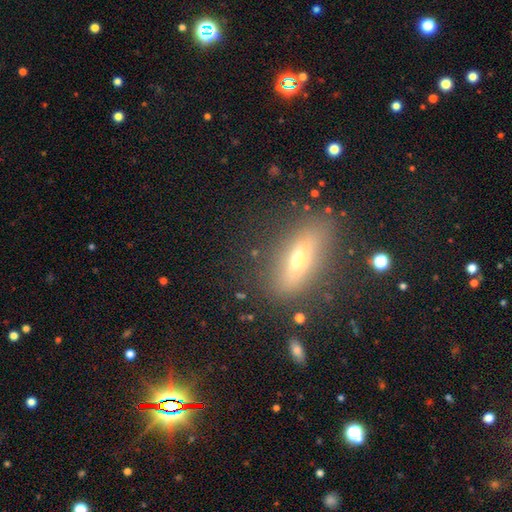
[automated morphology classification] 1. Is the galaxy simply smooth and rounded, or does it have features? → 41% smooth, 36% featured or disk, 23% star or artifact.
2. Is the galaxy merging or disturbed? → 79% none, 13% minor disturbance, 6% major disturbance, 3% merger.